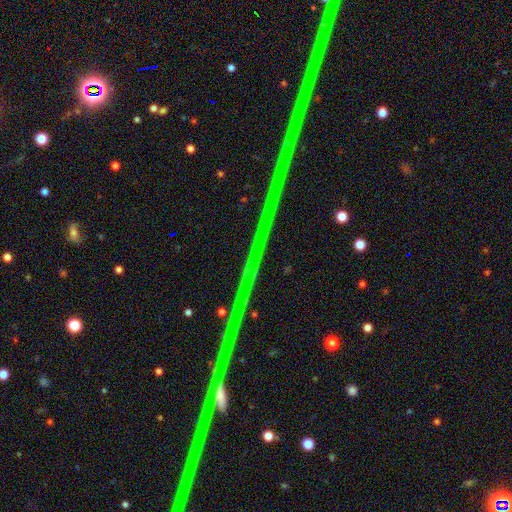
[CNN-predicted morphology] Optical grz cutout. It shows a star or artifact, not a galaxy (88%).